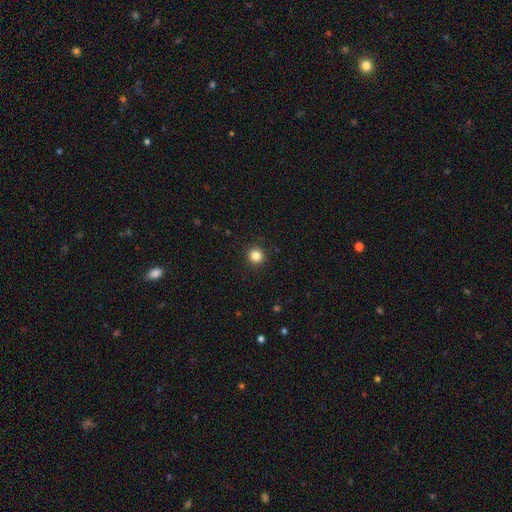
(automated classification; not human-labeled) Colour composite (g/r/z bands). It shows a smooth galaxy with no disk features (84%) that is round (94%). Merging: none (92%).